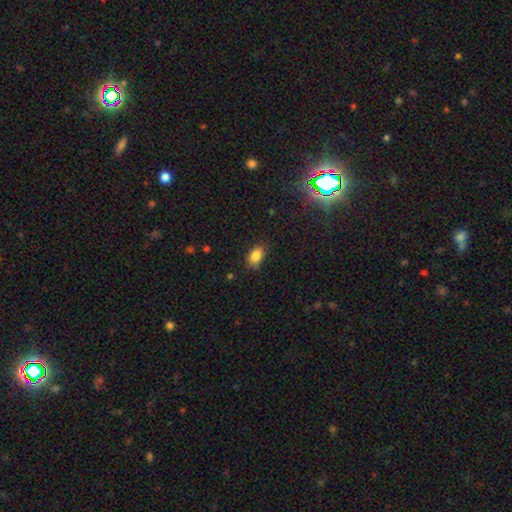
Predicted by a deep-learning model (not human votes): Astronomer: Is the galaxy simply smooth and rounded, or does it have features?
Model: smooth — 83%.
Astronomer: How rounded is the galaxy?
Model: in between — 88%.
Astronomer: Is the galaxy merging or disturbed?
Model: none — 75%.